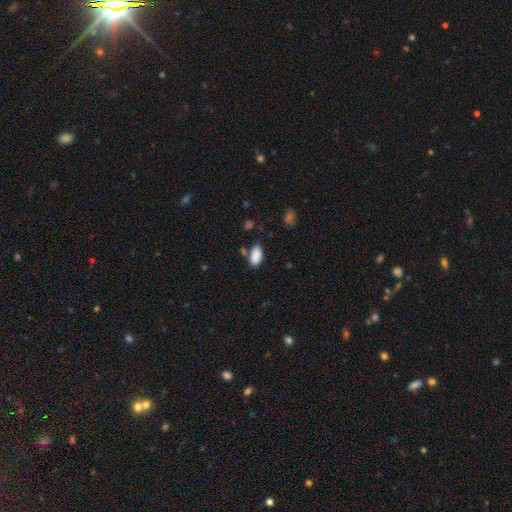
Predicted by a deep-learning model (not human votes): This appears to be a smooth galaxy with no disk features (89%) that is in between round and cigar-shaped (94%). Merging: none (76%).